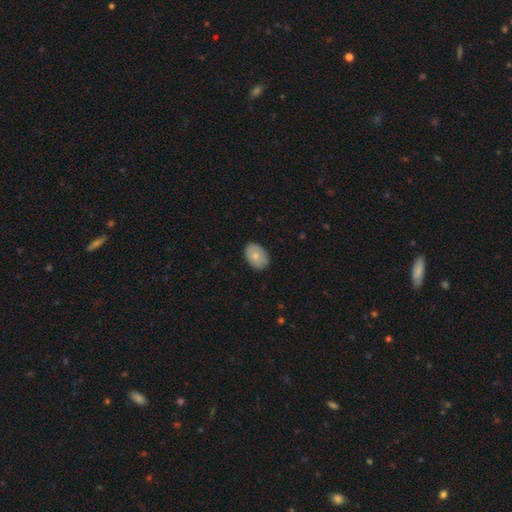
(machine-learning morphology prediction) type=smooth (74%); roundness=in between (79%); merging=none (83%).